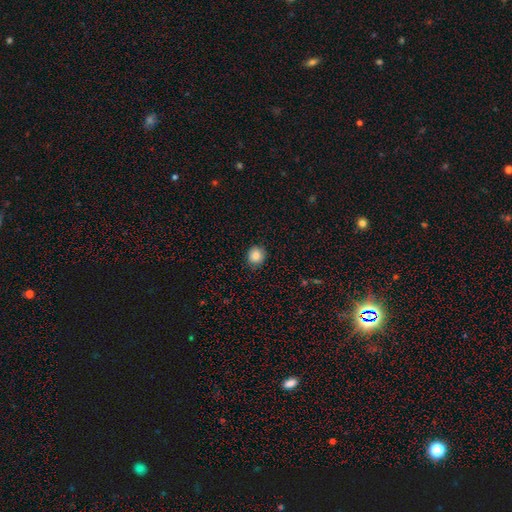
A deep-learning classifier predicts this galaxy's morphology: The model was most divided on "smooth or featured": smooth: 84%, star or artifact: 10%, featured or disk: 6%. More confident: merging — none (89%); how rounded — round (88%).